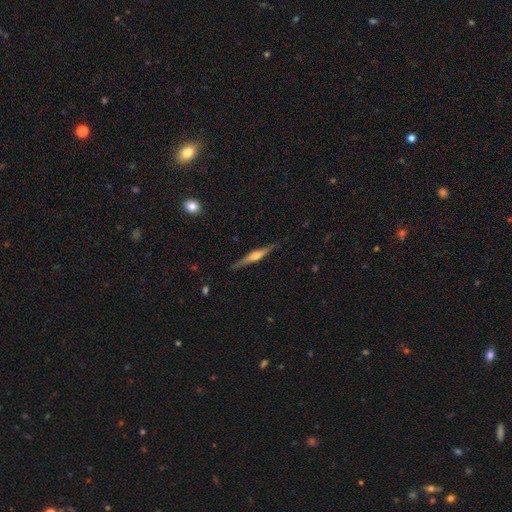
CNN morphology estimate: Smooth or featured: featured or disk — 75% (smooth — 20%)
Edge-on disk: yes — 98% (no — 2%)
Edge-on bulge: rounded — 81% (boxy — 12%)
Merging: none — 89% (minor disturbance — 9%)